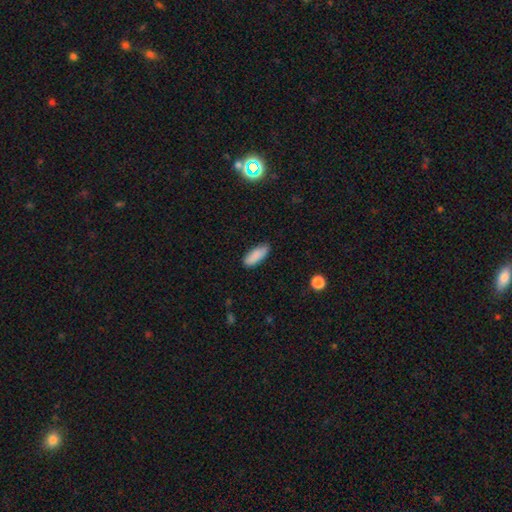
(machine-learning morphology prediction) smooth_or_featured: smooth (p=0.88) [alt: star or artifact p=0.06]
how_rounded: in between (p=0.70) [alt: cigar-shaped p=0.29]
merging: none (p=0.82) [alt: minor disturbance p=0.14]